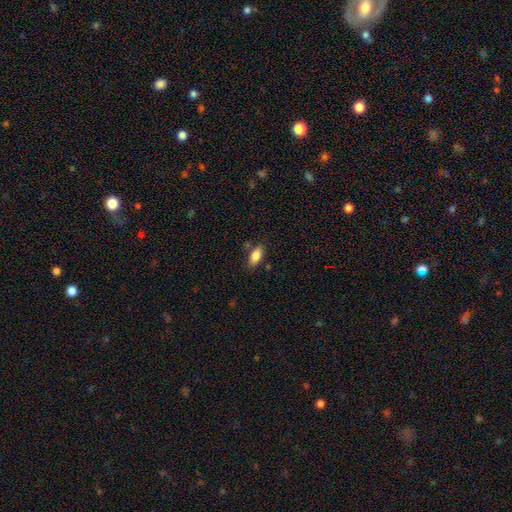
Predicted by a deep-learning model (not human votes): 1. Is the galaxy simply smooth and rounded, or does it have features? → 83% smooth, 9% featured or disk, 8% star or artifact.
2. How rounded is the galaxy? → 89% in between, 7% cigar-shaped, 4% round.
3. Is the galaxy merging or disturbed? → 80% none, 13% minor disturbance, 4% merger, 3% major disturbance.